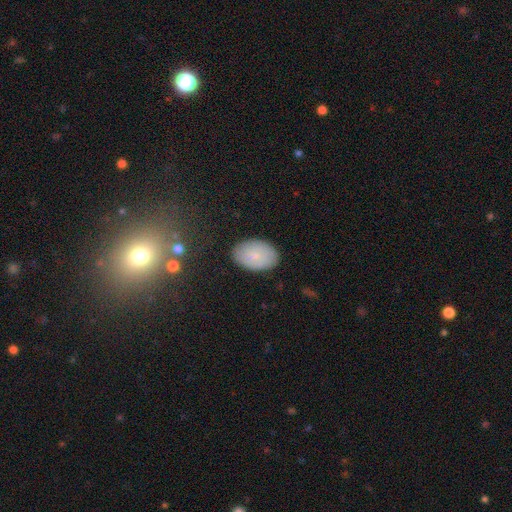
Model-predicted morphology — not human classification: smooth 74%, featured or disk 18%, star or artifact 7%. Down the decision tree: how rounded — in between (88%); merging — none (86%).